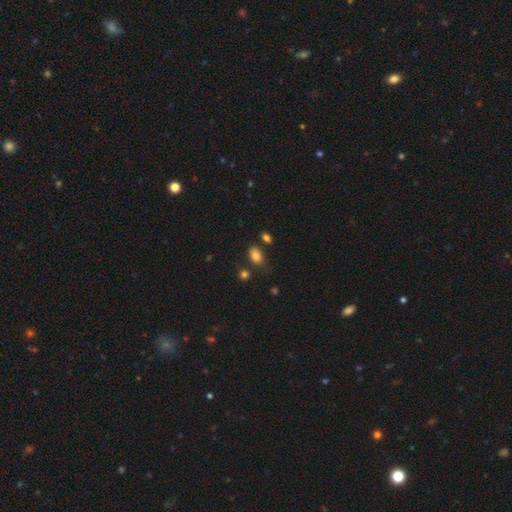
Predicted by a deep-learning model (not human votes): smooth_or_featured: smooth (p=0.83) [alt: star or artifact p=0.11]
how_rounded: in between (p=0.87) [alt: round p=0.12]
merging: none (p=0.74) [alt: minor disturbance p=0.15]